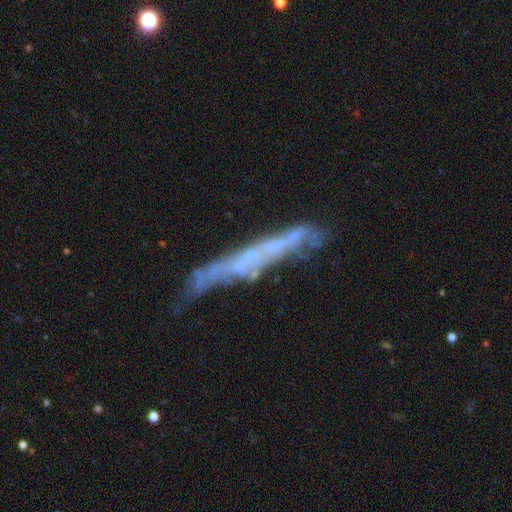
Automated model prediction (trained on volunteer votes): Smooth or featured? featured or disk (66%)
Edge-on disk? yes (75%)
Merging? none (58%)